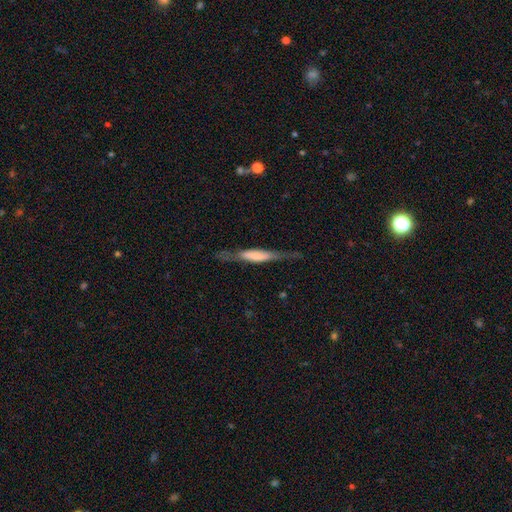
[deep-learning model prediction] This is possibly a featured or disk galaxy (54%). It is clearly viewed edge-on (90%). Merging: likely none (71%).